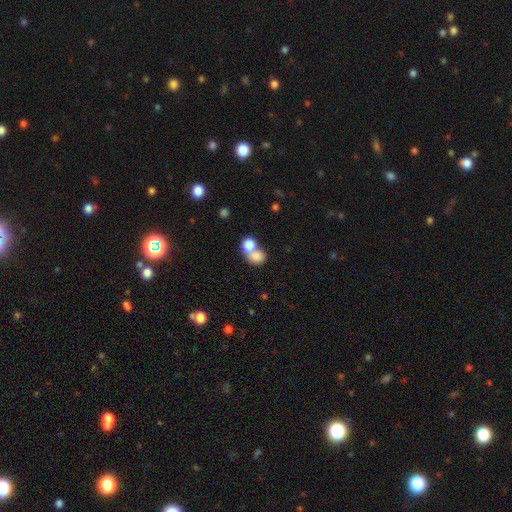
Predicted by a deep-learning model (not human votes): smooth-or-featured: smooth: 78% | featured or disk: 11% | star or artifact: 11%
  how-rounded: round: 57% | in between: 41% | cigar-shaped: 1%
  merging: merger: 59% | none: 28% | minor disturbance: 7% | major disturbance: 5%